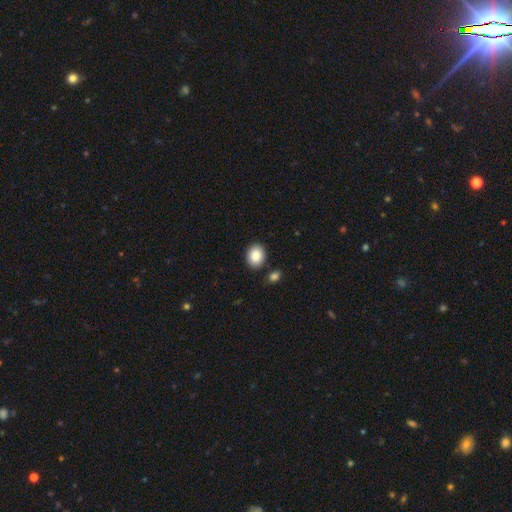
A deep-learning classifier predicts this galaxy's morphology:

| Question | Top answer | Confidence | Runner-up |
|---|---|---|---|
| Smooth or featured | smooth | 88% | star or artifact (7%) |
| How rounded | in between | 58% | round (41%) |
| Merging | none | 84% | minor disturbance (9%) |